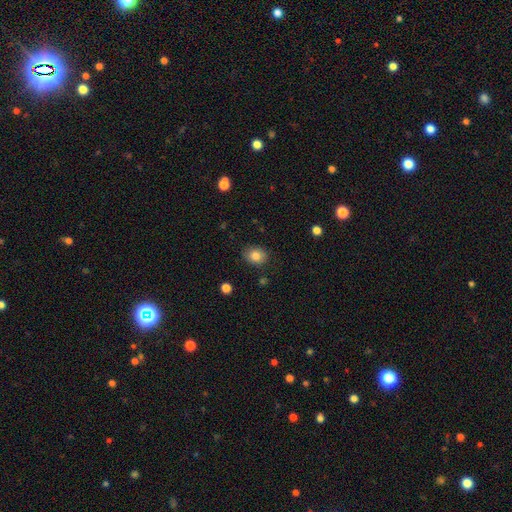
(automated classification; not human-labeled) The model was most divided on "how rounded": round: 51%, in between: 48%, cigar-shaped: 1%. More confident: smooth or featured — smooth (84%); merging — none (84%).